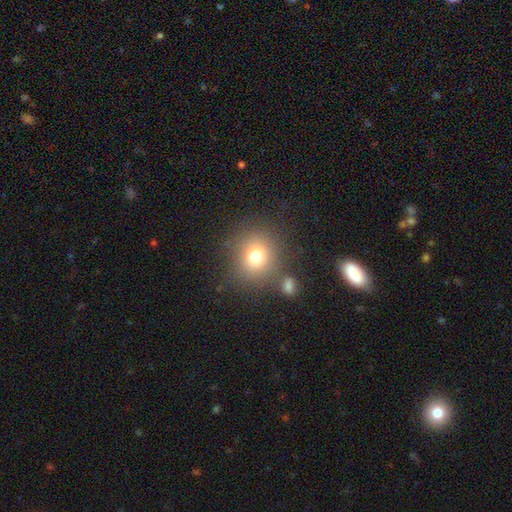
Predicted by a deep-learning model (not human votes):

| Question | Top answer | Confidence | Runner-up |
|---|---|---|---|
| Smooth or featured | smooth | 74% | star or artifact (15%) |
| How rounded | round | 85% | in between (14%) |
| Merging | none | 77% | minor disturbance (10%) |